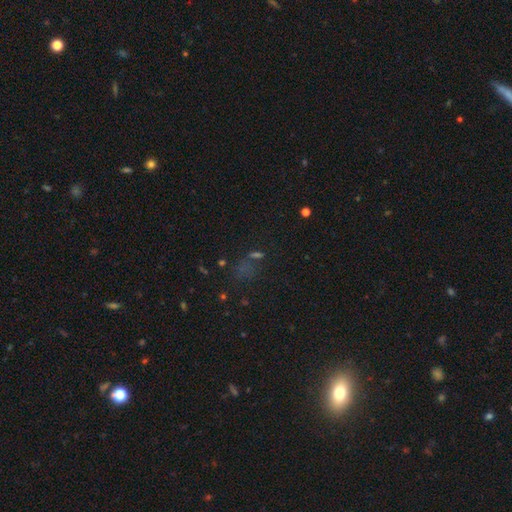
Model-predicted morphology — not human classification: smooth-or-featured: star or artifact: 49% | smooth: 36% | featured or disk: 15%